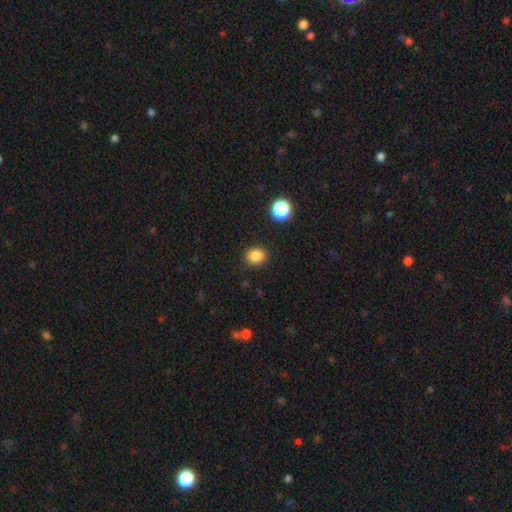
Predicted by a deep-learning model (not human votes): A smooth galaxy with no disk features (85%) that is round (76%). Merging: none (89%).